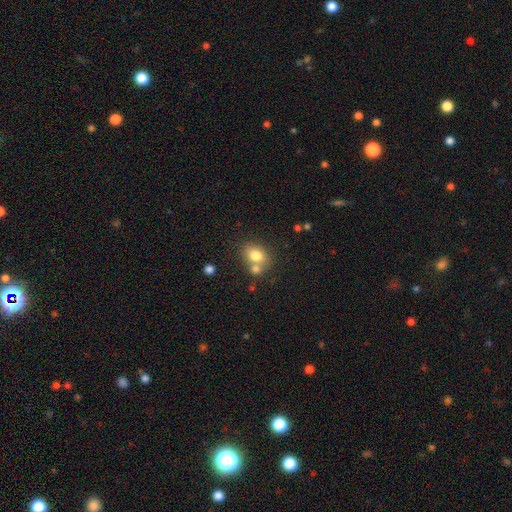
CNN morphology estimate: A smooth galaxy with no disk features (78%) that is in between round and cigar-shaped (59%).

Vote fractions:
- Smooth or featured? smooth: 78% / featured or disk: 12% / star or artifact: 10%
- How rounded? in between: 59% / round: 40% / cigar-shaped: 1%
- Merging? none: 50% / merger: 34% / minor disturbance: 12% / major disturbance: 4%